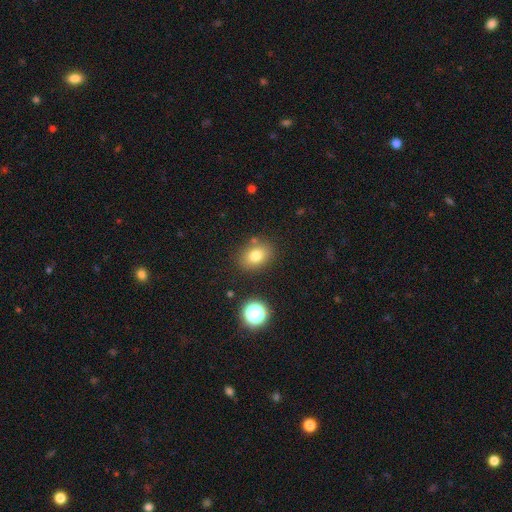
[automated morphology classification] Overall: smooth (79%). How rounded: in between (68%; round 31%). Merging: none (81%).